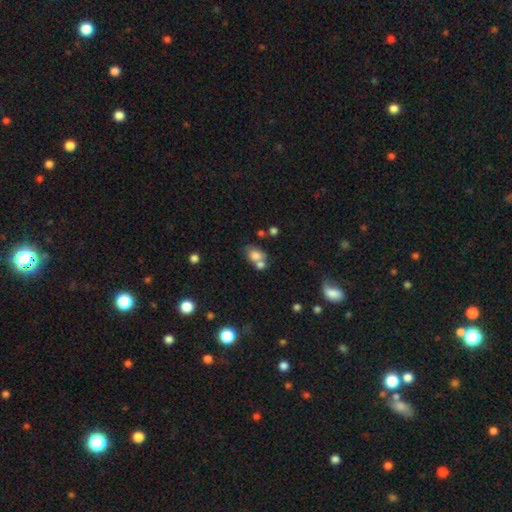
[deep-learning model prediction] Smooth or featured? smooth (75%)
How rounded? in between (68%)
Merging? merger (42%)